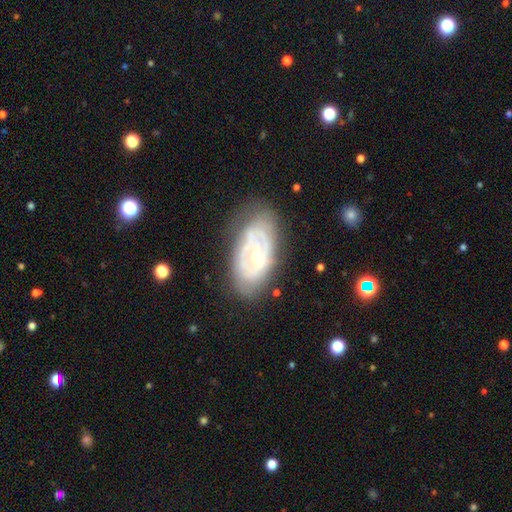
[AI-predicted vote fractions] Morphology: type=featured or disk (75%); edge-on=no (94%); bar=no (71%); spiral arms=yes (68%); bulge=small (63%); merging=none (67%).